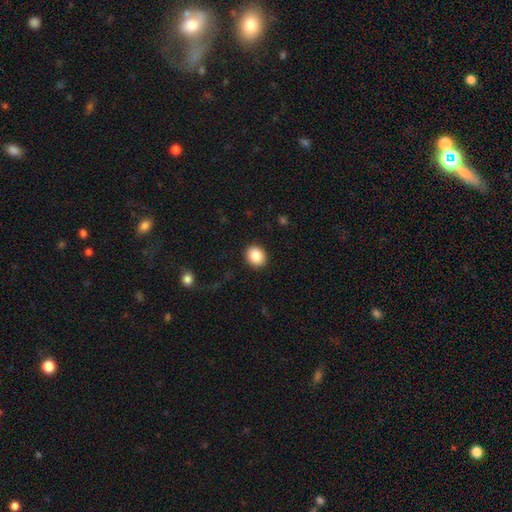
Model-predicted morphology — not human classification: The model was most divided on "how rounded": round: 68%, in between: 31%, cigar-shaped: 1%. More confident: merging — none (91%); smooth or featured — smooth (86%).